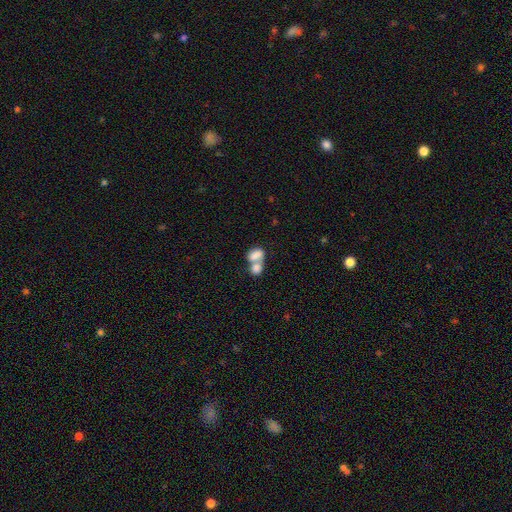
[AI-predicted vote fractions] smooth 77%, featured or disk 14%, star or artifact 8%. Down the decision tree: how rounded — in between (76%); merging — merger (74%).